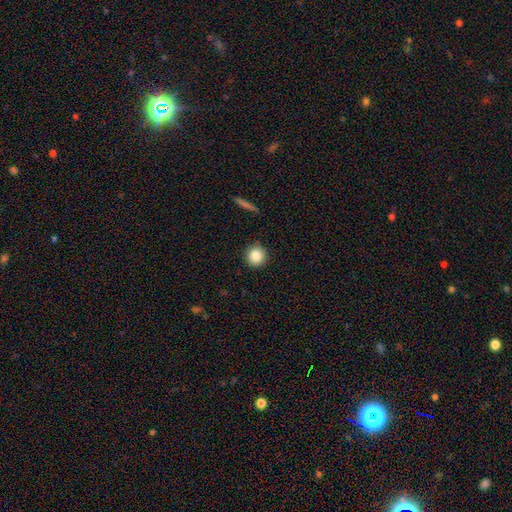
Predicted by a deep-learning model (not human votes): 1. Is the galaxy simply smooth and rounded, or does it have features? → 84% smooth, 9% star or artifact, 6% featured or disk.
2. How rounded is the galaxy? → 93% round, 6% in between, 1% cigar-shaped.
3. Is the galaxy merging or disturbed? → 91% none, 6% minor disturbance, 2% major disturbance, 1% merger.